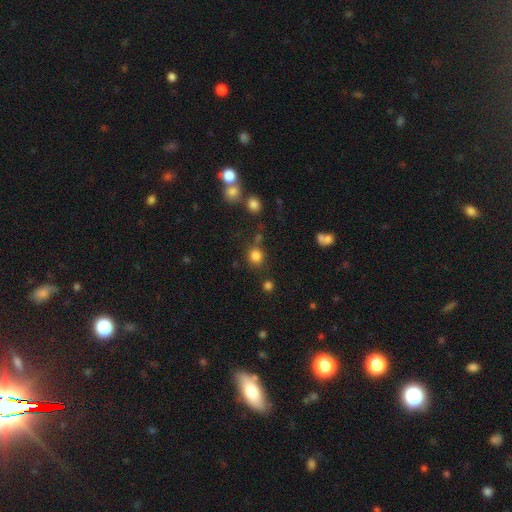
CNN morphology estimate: A smooth galaxy with no disk features (82%) that is round (86%). Merging: none (74%).